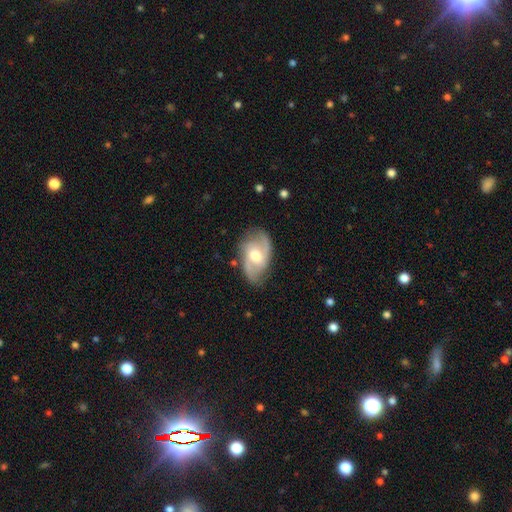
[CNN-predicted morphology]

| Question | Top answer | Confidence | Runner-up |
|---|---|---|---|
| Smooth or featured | featured or disk | 78% | smooth (17%) |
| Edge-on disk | no | 96% | yes (4%) |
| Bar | weak | 46% | no (43%) |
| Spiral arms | yes | 93% | no (7%) |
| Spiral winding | medium | 49% | loose (30%) |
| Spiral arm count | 2 | 83% | can't tell (7%) |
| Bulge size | moderate | 70% | small (19%) |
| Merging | none | 75% | minor disturbance (18%) |